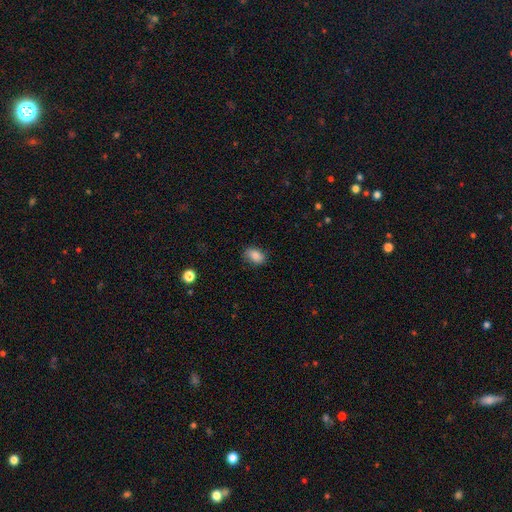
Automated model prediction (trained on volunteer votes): Smooth or featured? Predicted: smooth (p=0.85). How rounded? Predicted: in between (p=0.82). Merging? Predicted: none (p=0.81).